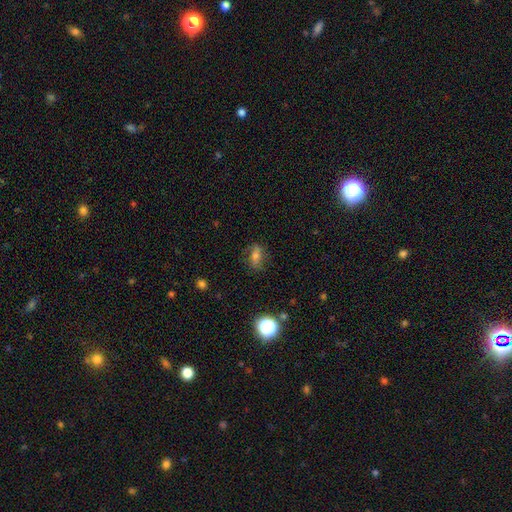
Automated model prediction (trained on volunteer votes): Smooth or featured? smooth (55%)
How rounded? in between (70%)
Merging? none (75%)